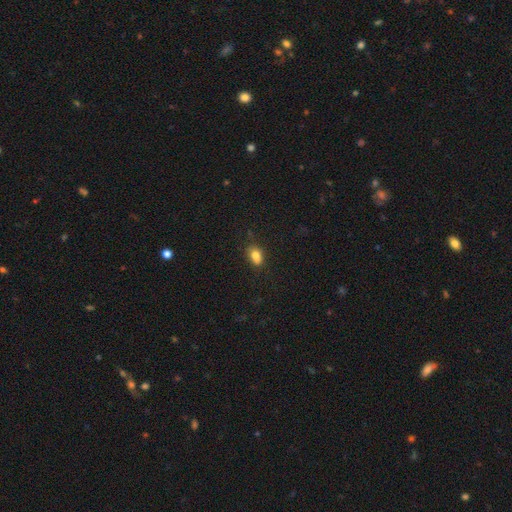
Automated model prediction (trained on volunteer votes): smooth_or_featured: smooth (p=0.80) [alt: star or artifact p=0.11]
how_rounded: in between (p=0.77) [alt: round p=0.20]
merging: none (p=0.61) [alt: minor disturbance p=0.23]